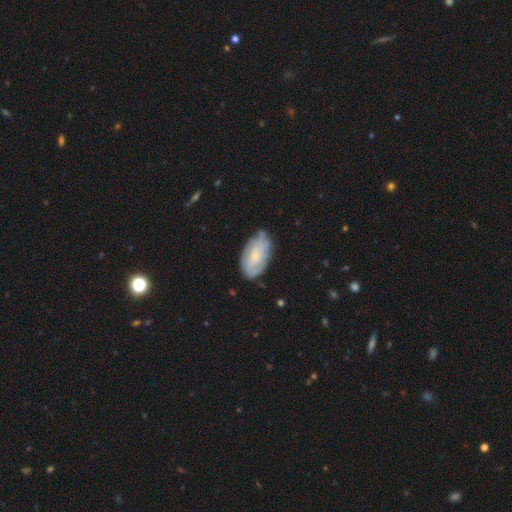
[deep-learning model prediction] A featured or disk galaxy (48%). Merging: none (68%).